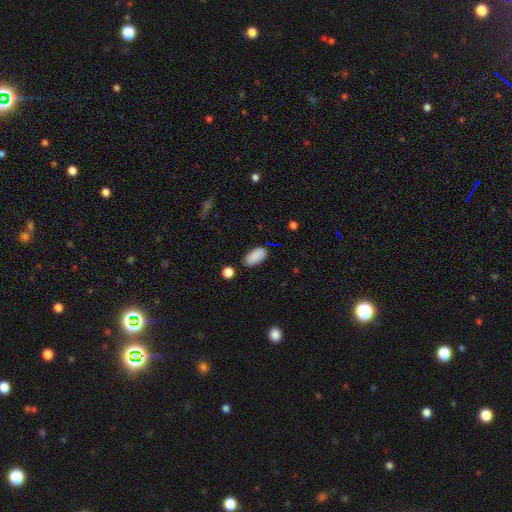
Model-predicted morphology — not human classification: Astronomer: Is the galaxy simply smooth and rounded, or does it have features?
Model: smooth — 88%.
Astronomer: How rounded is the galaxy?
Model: in between — 94%.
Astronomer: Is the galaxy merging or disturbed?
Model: none — 80%.